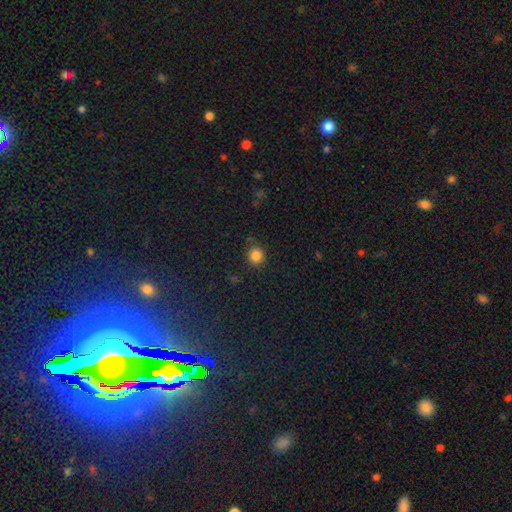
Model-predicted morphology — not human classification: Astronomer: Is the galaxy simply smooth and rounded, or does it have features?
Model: smooth — 84%.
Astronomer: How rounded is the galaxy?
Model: round — 87%.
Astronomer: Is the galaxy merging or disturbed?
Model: none — 84%.